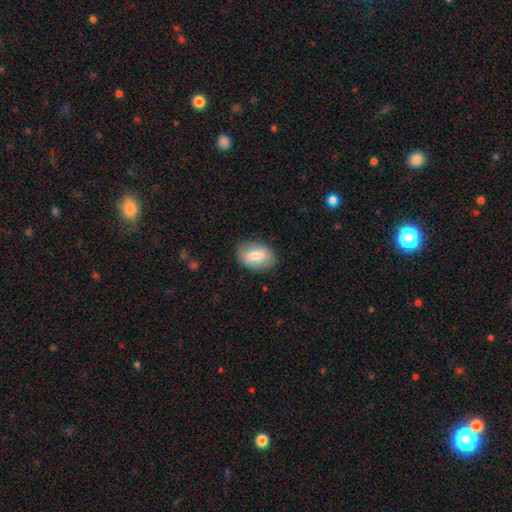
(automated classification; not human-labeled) smooth 76%, featured or disk 17%, star or artifact 7%. Down the decision tree: how rounded — in between (87%); merging — none (82%).